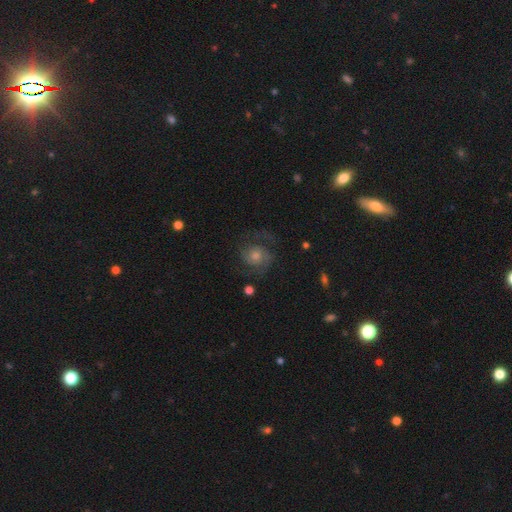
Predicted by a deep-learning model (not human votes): featured or disk 78%, smooth 12%, star or artifact 10%. Down the decision tree: edge-on disk — no (98%); bar — no (72%); spiral arms — yes (96%); spiral arm count — 2 (79%); spiral winding — medium (48%); bulge size — moderate (48%); merging — none (74%).